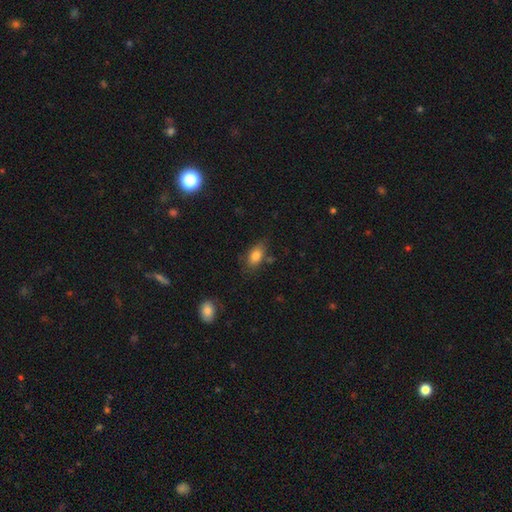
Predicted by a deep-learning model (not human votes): This appears to be a smooth galaxy with no disk features (82%) that is in between round and cigar-shaped (87%). Merging: none (71%).